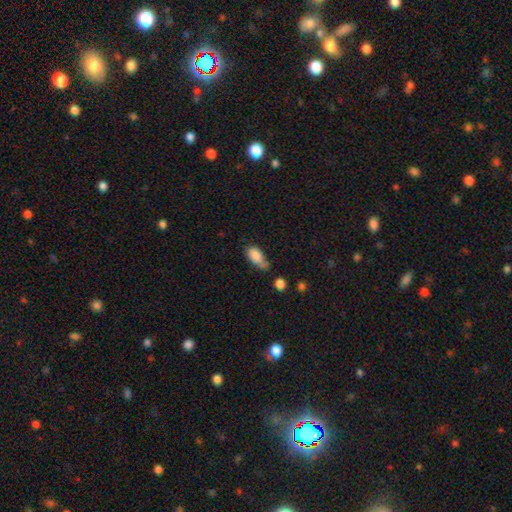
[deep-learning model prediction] smooth-or-featured: smooth: 84% | featured or disk: 8% | star or artifact: 8%
  how-rounded: in between: 88% | cigar-shaped: 8% | round: 4%
  merging: none: 38% | minor disturbance: 36% | major disturbance: 13% | merger: 12%